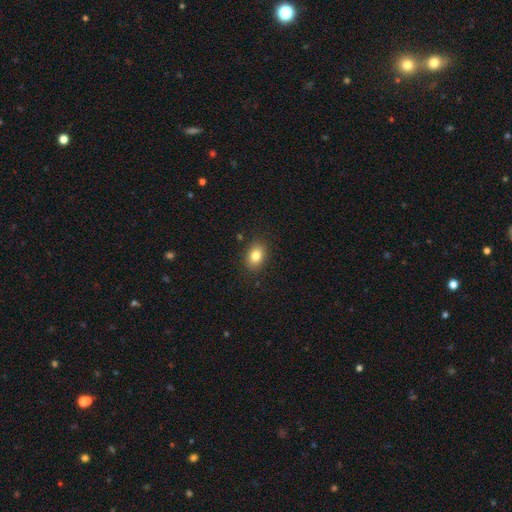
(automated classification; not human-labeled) Q: Smooth or featured?
A: smooth (82%); runner-up: star or artifact (10%)
Q: How rounded?
A: in between (72%); runner-up: round (26%)
Q: Merging?
A: none (87%); runner-up: minor disturbance (9%)